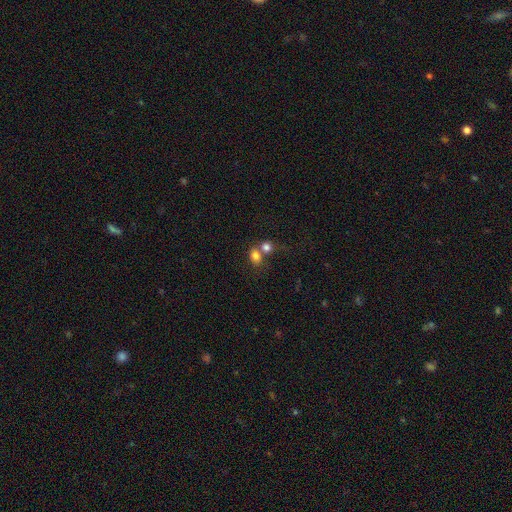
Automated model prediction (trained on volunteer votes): A smooth galaxy with no disk features (79%) that is in between round and cigar-shaped (52%).

Vote fractions:
- Smooth or featured? smooth: 79% / star or artifact: 11% / featured or disk: 10%
- How rounded? in between: 52% / round: 47% / cigar-shaped: 1%
- Merging? merger: 54% / none: 33% / minor disturbance: 8% / major disturbance: 5%